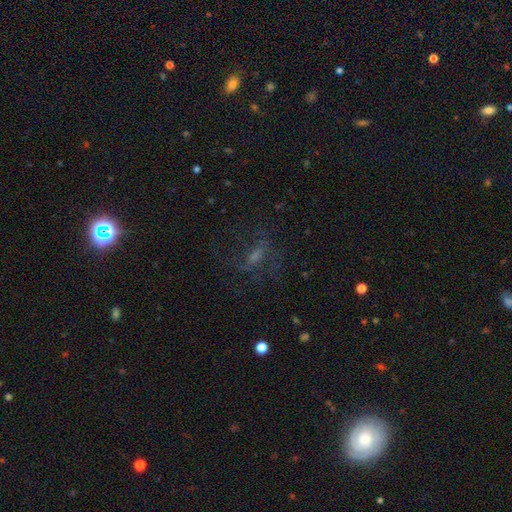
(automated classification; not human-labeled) Morphology: type=featured or disk (42%); merging=none (54%).